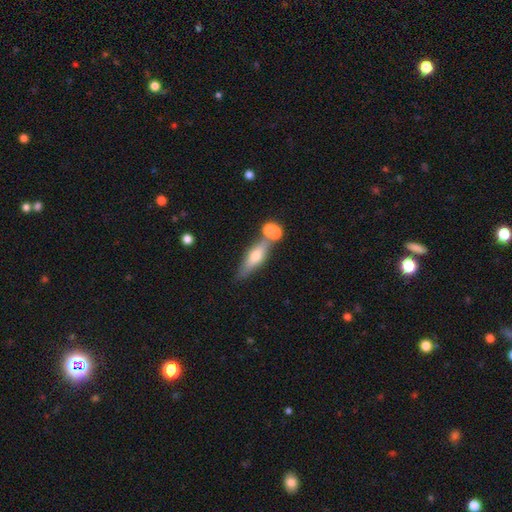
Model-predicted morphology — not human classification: The model was most divided on "smooth or featured": smooth: 48%, featured or disk: 45%, star or artifact: 7%. More confident: merging — none (53%).